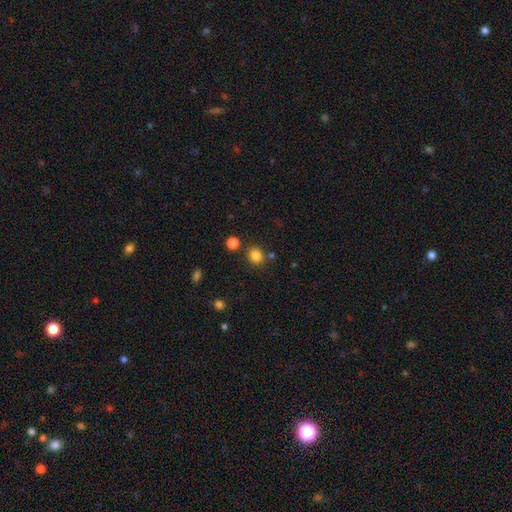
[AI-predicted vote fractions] Smooth or featured? smooth (83%)
How rounded? round (83%)
Merging? none (80%)